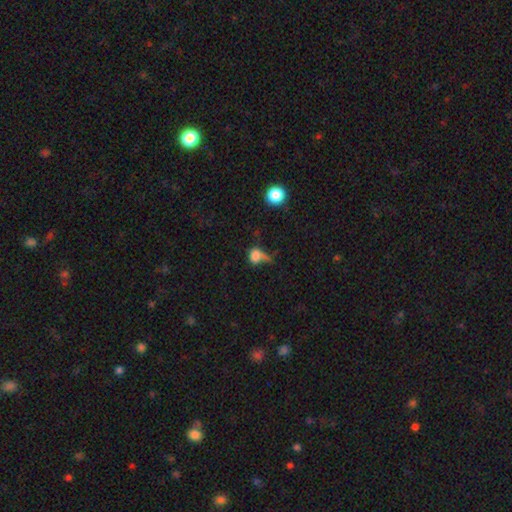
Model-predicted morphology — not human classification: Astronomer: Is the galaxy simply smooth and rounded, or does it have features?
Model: smooth — 71%.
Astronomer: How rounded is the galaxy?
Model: round — 56% (runner-up: in between, 40%).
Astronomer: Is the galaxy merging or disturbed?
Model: none — 31% (runner-up: major disturbance, 30%).